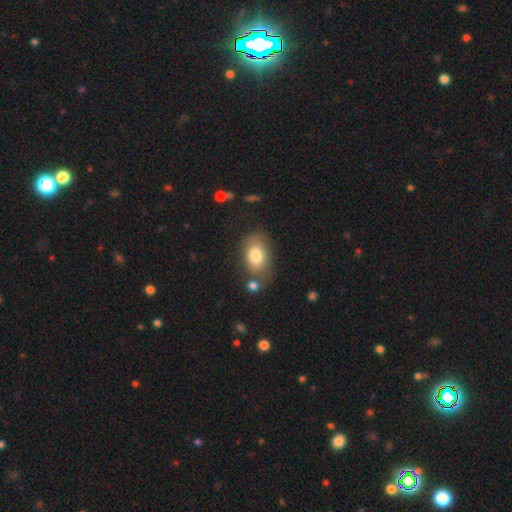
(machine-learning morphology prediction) type=smooth (80%); roundness=in between (88%); merging=none (65%).